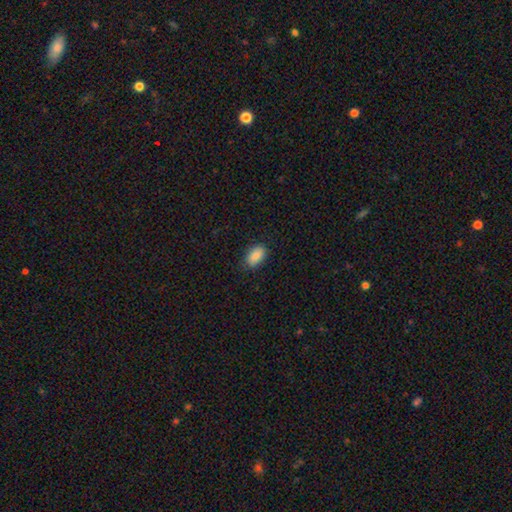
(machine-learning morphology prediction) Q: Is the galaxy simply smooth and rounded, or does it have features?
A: smooth — 89%.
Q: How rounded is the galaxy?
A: in between — 93%.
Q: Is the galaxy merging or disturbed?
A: none — 84%.